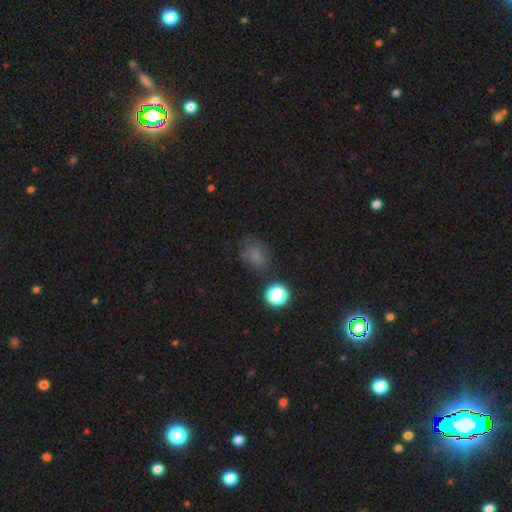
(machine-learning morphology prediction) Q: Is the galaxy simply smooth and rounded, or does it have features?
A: smooth — 68%.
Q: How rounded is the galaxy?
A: in between — 58%.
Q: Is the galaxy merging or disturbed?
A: none — 64%.